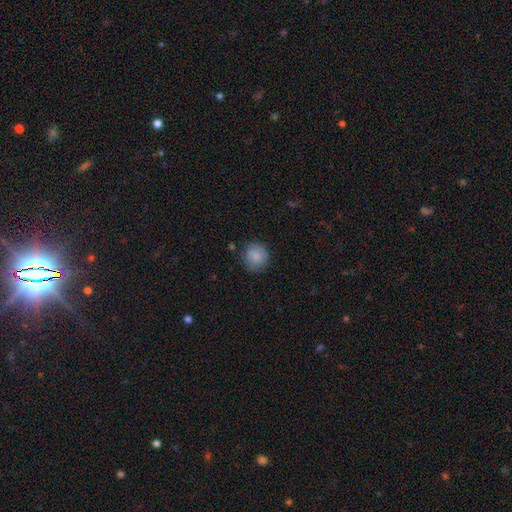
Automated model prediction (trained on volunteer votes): Smooth or featured: smooth — 84% (featured or disk — 8%)
How rounded: round — 89% (in between — 10%)
Merging: none — 83% (minor disturbance — 12%)